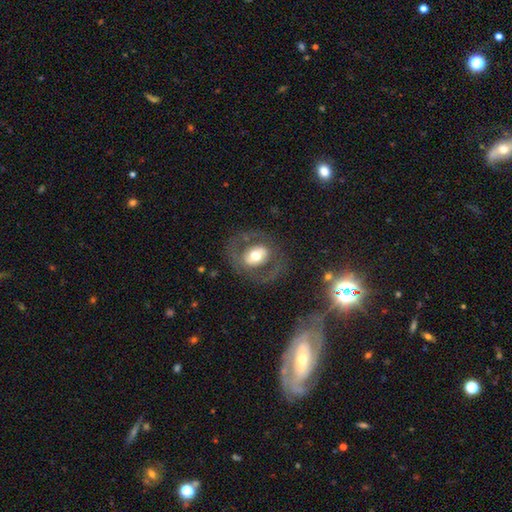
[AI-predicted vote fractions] Smooth or featured? Predicted: featured or disk (p=0.62). Edge-on disk? Predicted: no (p=0.95). Bar? Predicted: no (p=0.47). Spiral arms? Predicted: no (p=0.53). Bulge size? Predicted: moderate (p=0.63). Merging? Predicted: none (p=0.71).